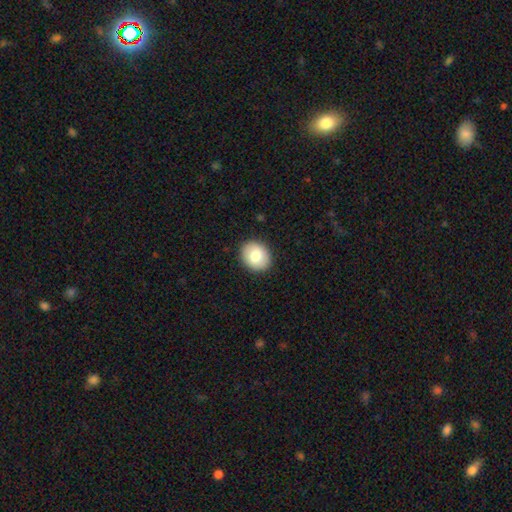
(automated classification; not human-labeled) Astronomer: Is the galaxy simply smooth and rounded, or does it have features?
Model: smooth — 79%.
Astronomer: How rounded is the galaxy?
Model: round — 54% (runner-up: in between, 45%).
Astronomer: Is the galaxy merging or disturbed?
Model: none — 90%.